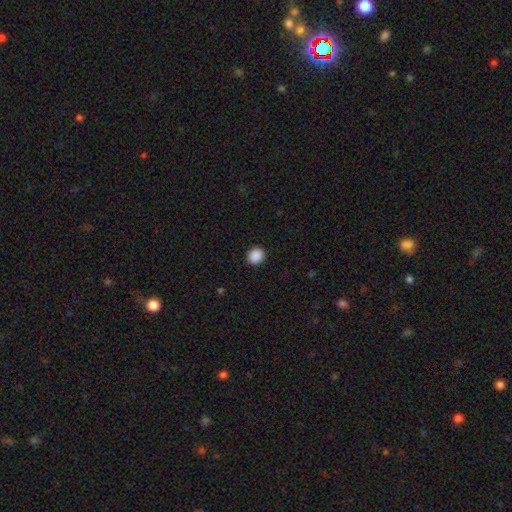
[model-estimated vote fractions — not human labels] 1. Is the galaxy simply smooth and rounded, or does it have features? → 89% smooth, 9% star or artifact, 2% featured or disk.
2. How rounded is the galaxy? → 87% round, 12% in between, 1% cigar-shaped.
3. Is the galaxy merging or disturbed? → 92% none, 5% minor disturbance, 2% major disturbance, 1% merger.